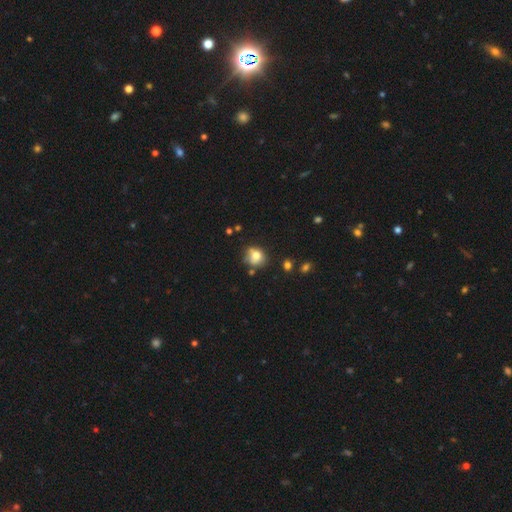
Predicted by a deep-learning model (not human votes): The model was most divided on "merging": none: 58%, minor disturbance: 23%, merger: 12%, major disturbance: 7%. More confident: smooth or featured — smooth (73%); how rounded — round (70%).